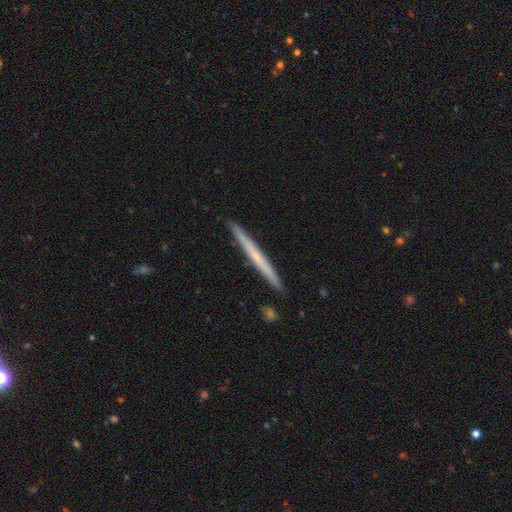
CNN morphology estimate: Smooth or featured: featured or disk — 53% (smooth — 41%)
Edge-on disk: yes — 97% (no — 3%)
Edge-on bulge: none — 74% (rounded — 23%)
Merging: none — 91% (minor disturbance — 6%)